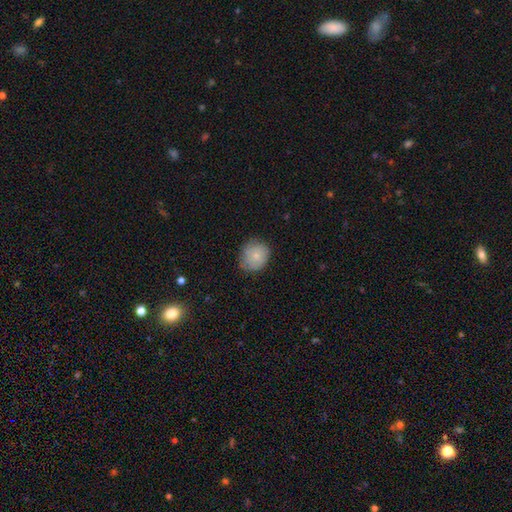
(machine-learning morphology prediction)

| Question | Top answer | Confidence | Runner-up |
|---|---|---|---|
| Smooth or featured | smooth | 78% | featured or disk (14%) |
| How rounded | round | 76% | in between (23%) |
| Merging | none | 71% | minor disturbance (24%) |